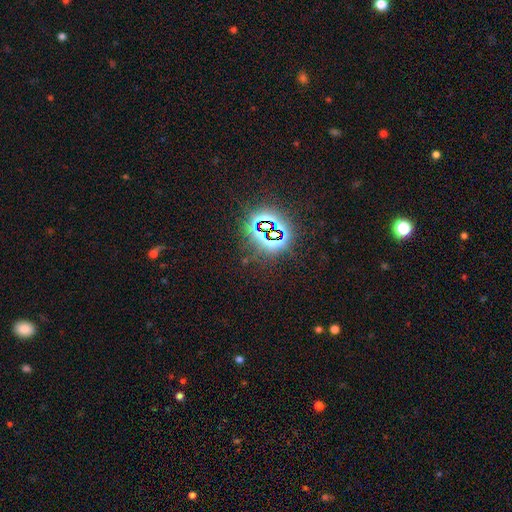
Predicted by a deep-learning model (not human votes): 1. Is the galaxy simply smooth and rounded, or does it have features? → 83% star or artifact, 10% smooth, 8% featured or disk.